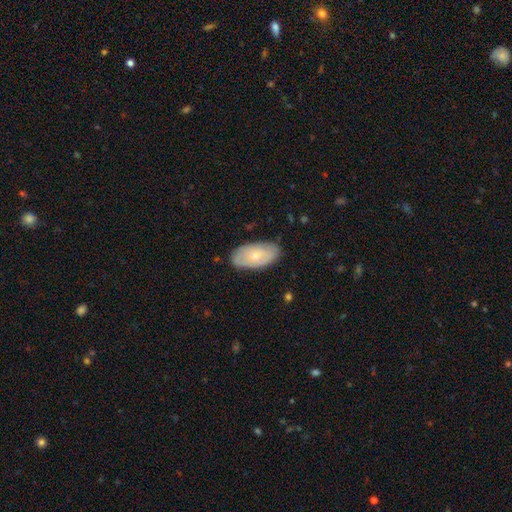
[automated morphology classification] smooth 54%, featured or disk 40%, star or artifact 6%. Down the decision tree: how rounded — in between (94%); merging — none (81%).